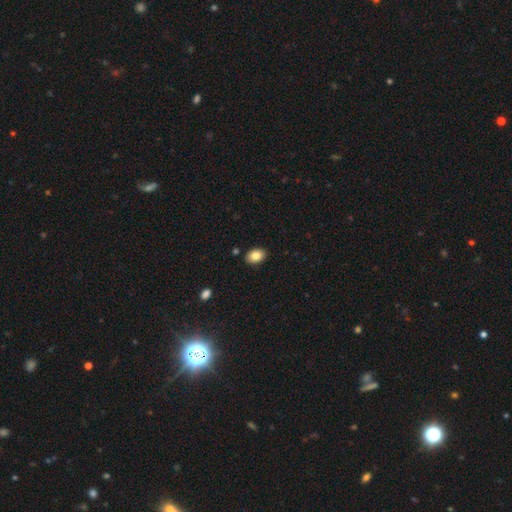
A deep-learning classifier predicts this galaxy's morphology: type=smooth (84%); roundness=in between (86%); merging=none (88%).